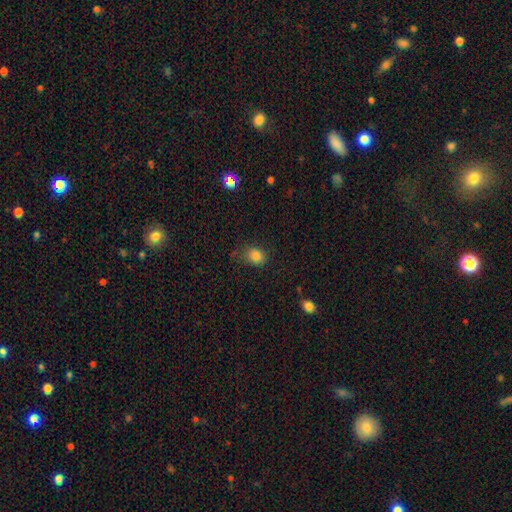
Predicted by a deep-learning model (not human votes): A smooth galaxy with no disk features (84%) that is in between round and cigar-shaped (53%).

Vote fractions:
- Smooth or featured? smooth: 84% / star or artifact: 11% / featured or disk: 5%
- How rounded? in between: 53% / round: 46% / cigar-shaped: 1%
- Merging? none: 72% / minor disturbance: 20% / major disturbance: 5% / merger: 2%